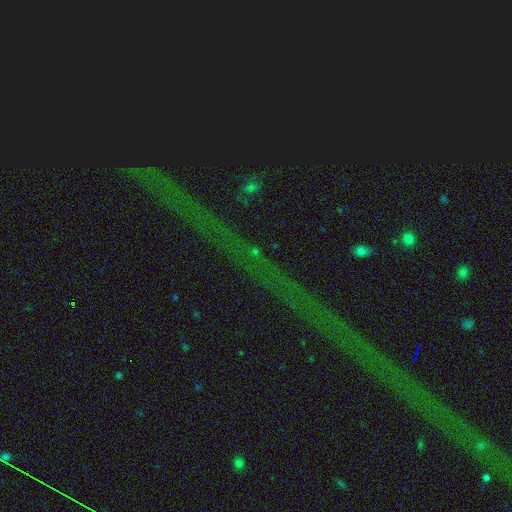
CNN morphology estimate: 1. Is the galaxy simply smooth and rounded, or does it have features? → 81% star or artifact, 10% featured or disk, 8% smooth.